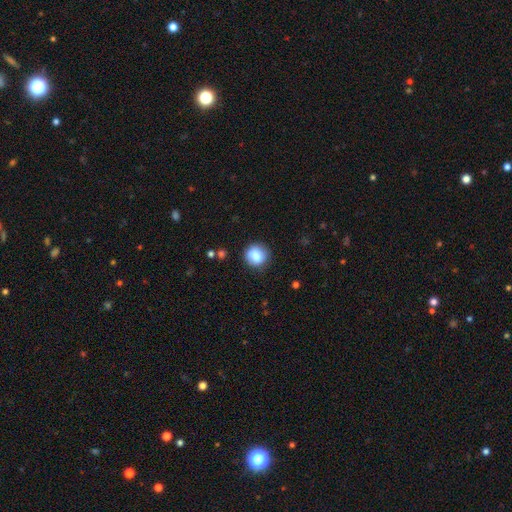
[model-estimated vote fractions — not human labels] This appears to be a smooth galaxy with no disk features (82%) that is round (82%). Merging: none (80%).